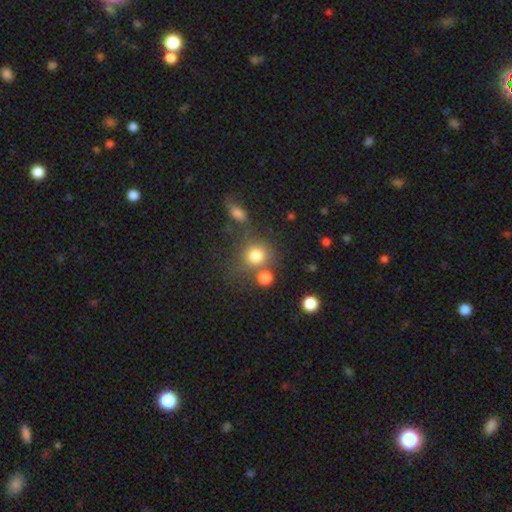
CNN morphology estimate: Smooth or featured?
  - smooth: 78% *
  - star or artifact: 14%
  - featured or disk: 8%
How rounded?
  - round: 84% *
  - in between: 15%
  - cigar-shaped: 1%
Merging?
  - none: 60% *
  - merger: 21%
  - minor disturbance: 12%
  - major disturbance: 7%